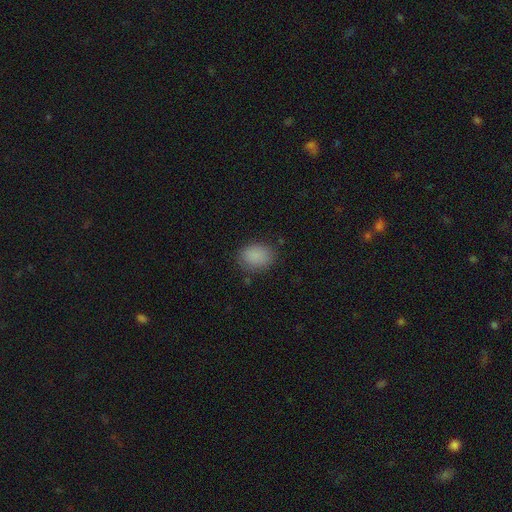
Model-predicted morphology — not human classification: Smooth or featured?
  - smooth: 87% *
  - star or artifact: 9%
  - featured or disk: 4%
How rounded?
  - in between: 63% *
  - round: 36%
  - cigar-shaped: 1%
Merging?
  - none: 81% *
  - minor disturbance: 14%
  - major disturbance: 4%
  - merger: 1%